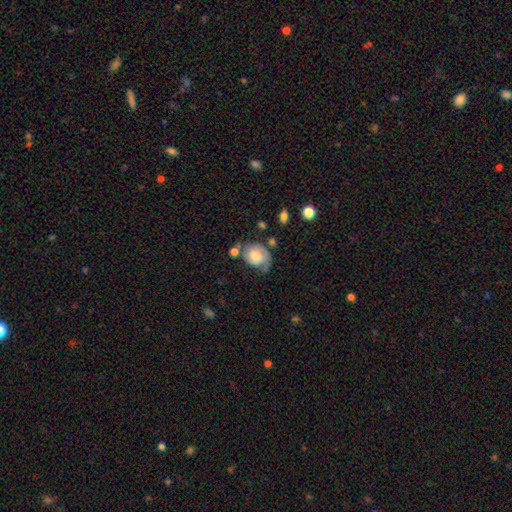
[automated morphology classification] Smooth or featured? Predicted: smooth (p=0.50). Merging? Predicted: none (p=0.44).